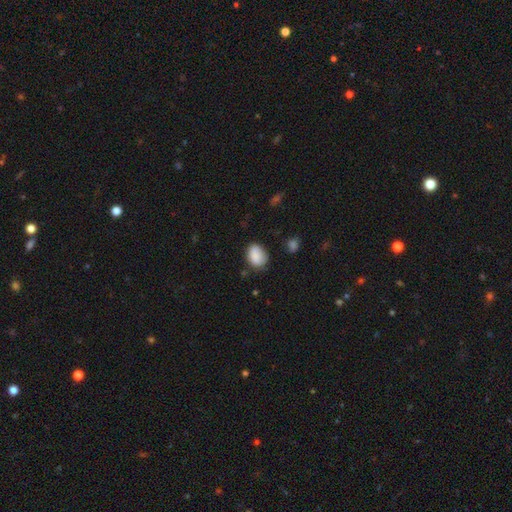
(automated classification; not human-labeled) smooth-or-featured: smooth: 86% | star or artifact: 7% | featured or disk: 7%
  how-rounded: in between: 65% | round: 34% | cigar-shaped: 1%
  merging: none: 69% | minor disturbance: 24% | major disturbance: 5% | merger: 2%